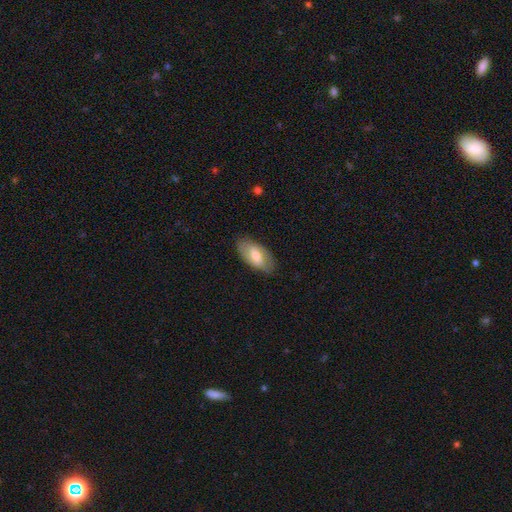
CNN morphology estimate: smooth 64%, featured or disk 30%, star or artifact 6%. Down the decision tree: how rounded — in between (93%); merging — none (80%).